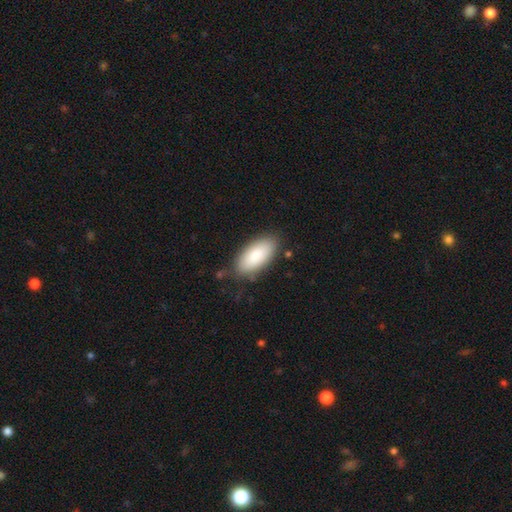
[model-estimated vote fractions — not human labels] This is clearly a smooth galaxy (85%). How rounded: clearly in between (91%). Merging: likely none (79%).